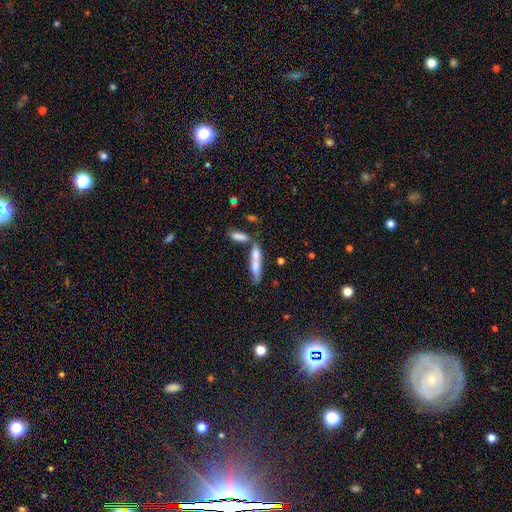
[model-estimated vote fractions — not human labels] A smooth galaxy with no disk features (56%) that is cigar-shaped (78%). Merging: none (46%).